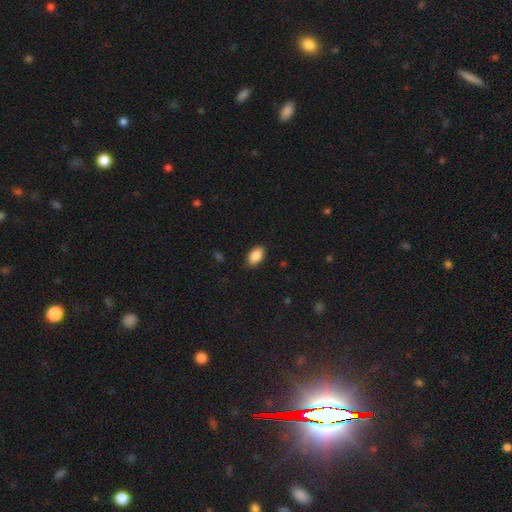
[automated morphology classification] Smooth or featured? Predicted: smooth (p=0.89). How rounded? Predicted: in between (p=0.93). Merging? Predicted: none (p=0.86).